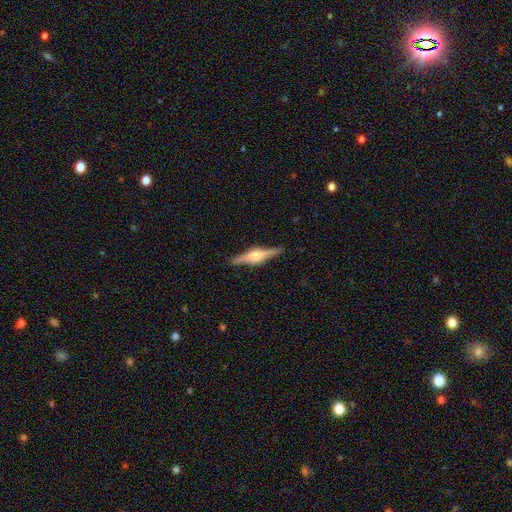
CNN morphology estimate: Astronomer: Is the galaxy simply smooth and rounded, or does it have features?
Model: featured or disk — 80%.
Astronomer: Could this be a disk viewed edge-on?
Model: yes — 98%.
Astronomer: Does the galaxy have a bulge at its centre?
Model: rounded — 86%.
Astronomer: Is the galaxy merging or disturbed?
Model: none — 89%.